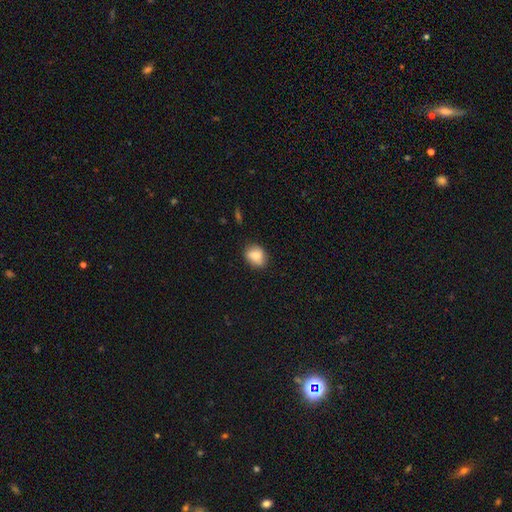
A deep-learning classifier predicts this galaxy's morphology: This appears to be a smooth galaxy with no disk features (81%) that is in between round and cigar-shaped (58%). Merging: none (78%).